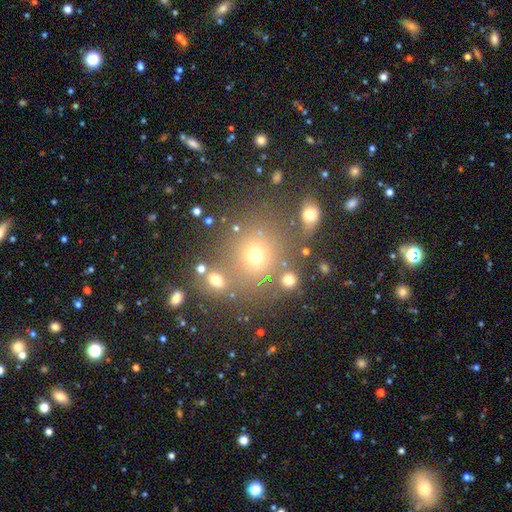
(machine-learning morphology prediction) type=smooth (60%); roundness=round (84%); merging=none (70%).